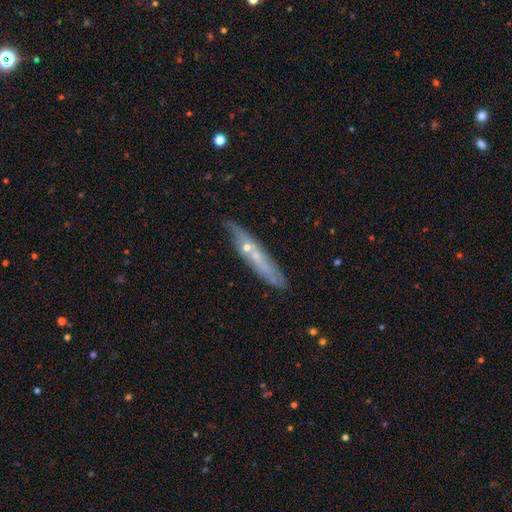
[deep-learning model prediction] Smooth or featured: featured or disk — 54% (smooth — 37%)
Edge-on disk: yes — 70% (no — 30%)
Merging: none — 70% (minor disturbance — 18%)